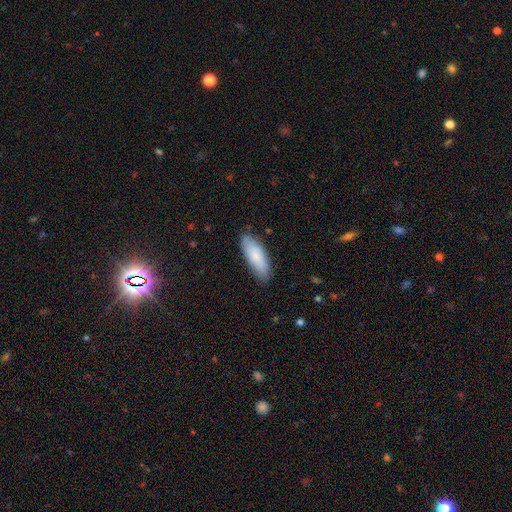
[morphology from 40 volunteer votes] smooth 90%, featured or disk 8%, star or artifact 2%. Down the decision tree: how rounded — in between (69%); merging — none (85%).